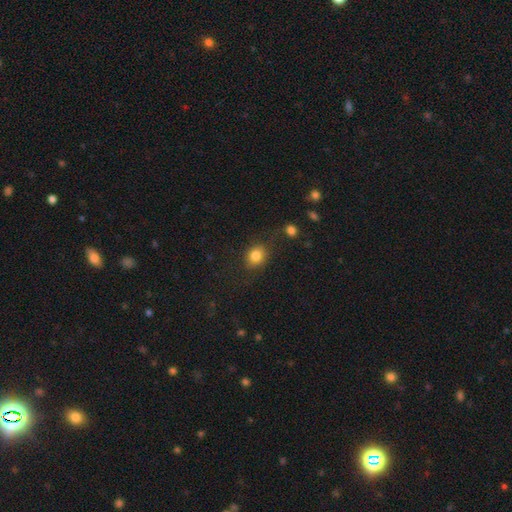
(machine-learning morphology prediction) Q: Smooth or featured?
A: smooth (82%); runner-up: star or artifact (10%)
Q: How rounded?
A: round (62%); runner-up: in between (37%)
Q: Merging?
A: none (76%); runner-up: minor disturbance (14%)